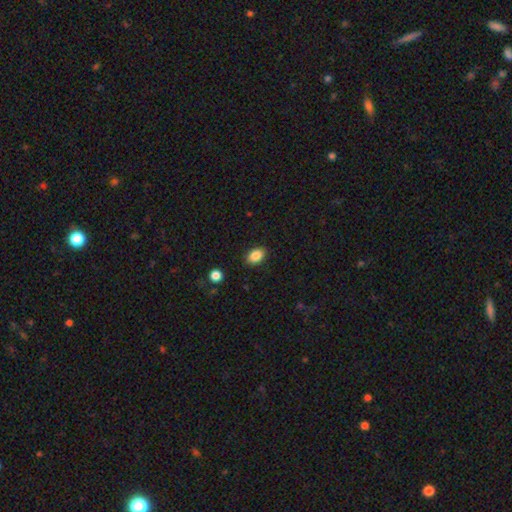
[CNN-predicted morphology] Smooth or featured? smooth (87%)
How rounded? in between (86%)
Merging? none (87%)